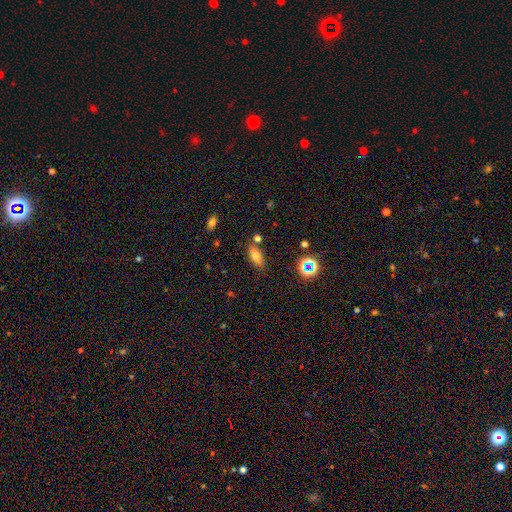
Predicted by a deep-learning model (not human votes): Q: Smooth or featured?
A: smooth (71%); runner-up: featured or disk (15%)
Q: How rounded?
A: in between (79%); runner-up: cigar-shaped (15%)
Q: Merging?
A: none (75%); runner-up: minor disturbance (14%)